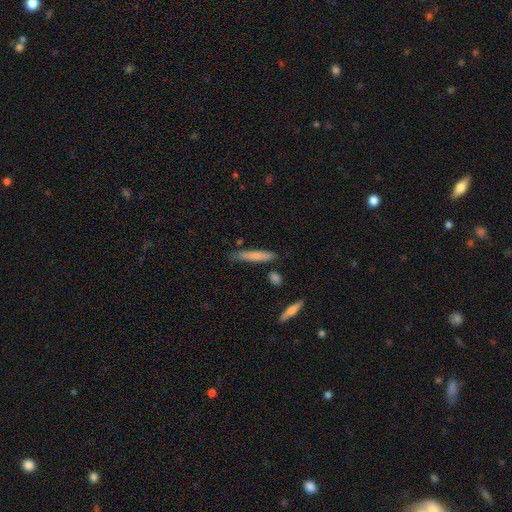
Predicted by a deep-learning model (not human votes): Q: Smooth or featured?
A: smooth (72%); runner-up: featured or disk (22%)
Q: How rounded?
A: cigar-shaped (90%); runner-up: in between (9%)
Q: Merging?
A: none (77%); runner-up: minor disturbance (16%)